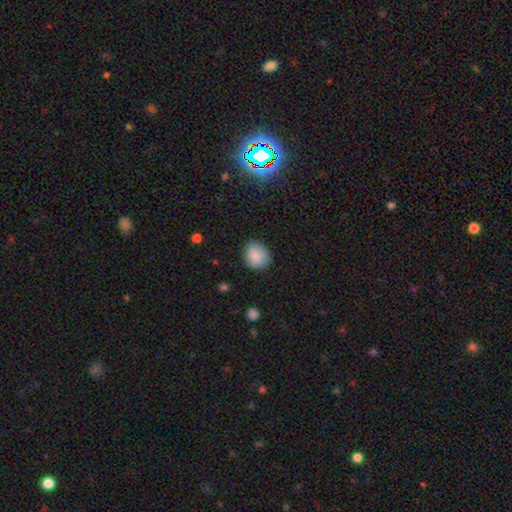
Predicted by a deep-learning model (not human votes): A smooth galaxy with no disk features (87%) that is round (64%). Merging: none (81%).